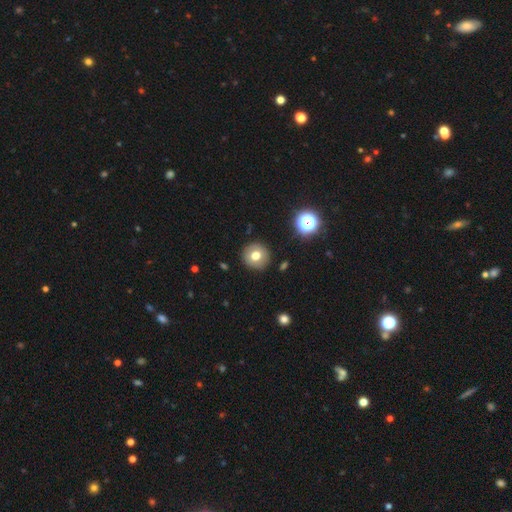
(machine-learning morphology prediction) Smooth or featured?
  - smooth: 71% *
  - featured or disk: 17%
  - star or artifact: 12%
How rounded?
  - round: 93% *
  - in between: 6%
  - cigar-shaped: 1%
Merging?
  - none: 90% *
  - minor disturbance: 7%
  - major disturbance: 2%
  - merger: 1%